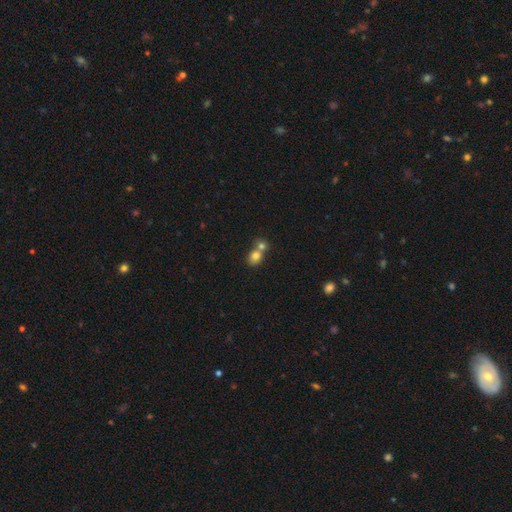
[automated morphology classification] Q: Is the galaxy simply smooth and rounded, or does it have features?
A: smooth — 78%.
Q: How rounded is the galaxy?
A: round — 59%.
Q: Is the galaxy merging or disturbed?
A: merger — 58%.